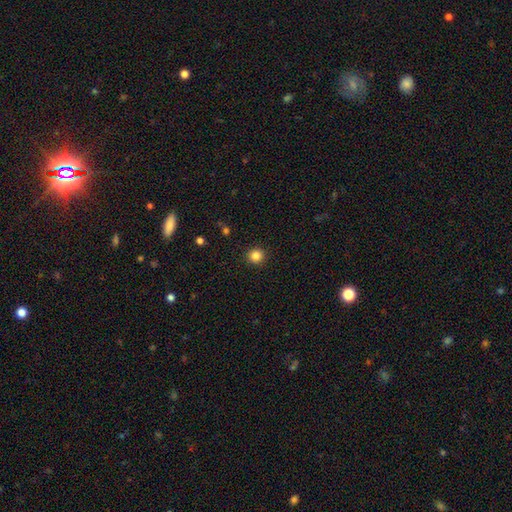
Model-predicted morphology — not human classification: smooth-or-featured: smooth: 85% | star or artifact: 11% | featured or disk: 4%
  how-rounded: round: 92% | in between: 7% | cigar-shaped: 1%
  merging: none: 93% | minor disturbance: 5% | major disturbance: 2% | merger: 1%